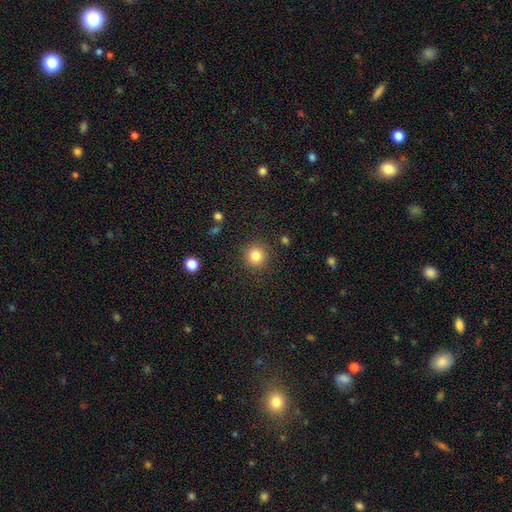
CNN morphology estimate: Smooth or featured?
  - smooth: 83% *
  - star or artifact: 11%
  - featured or disk: 6%
How rounded?
  - round: 94% *
  - in between: 6%
  - cigar-shaped: 1%
Merging?
  - none: 89% *
  - minor disturbance: 7%
  - major disturbance: 3%
  - merger: 2%